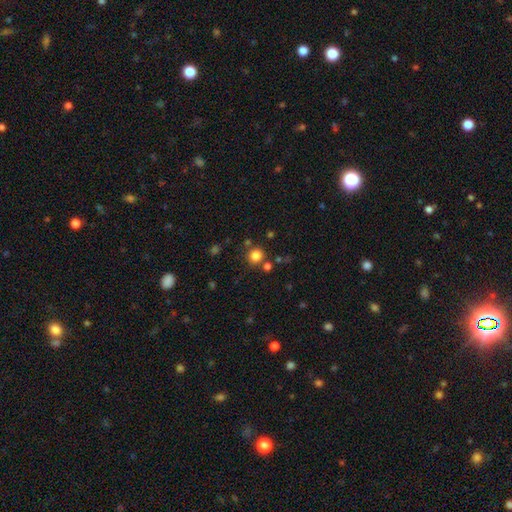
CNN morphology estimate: Smooth or featured? Predicted: smooth (p=0.81). How rounded? Predicted: round (p=0.90). Merging? Predicted: none (p=0.78).